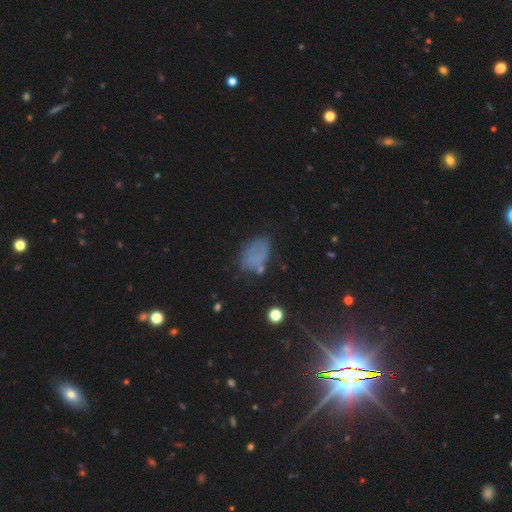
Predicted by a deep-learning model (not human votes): Morphology: type=smooth (57%); roundness=in between (85%); merging=none (51%).